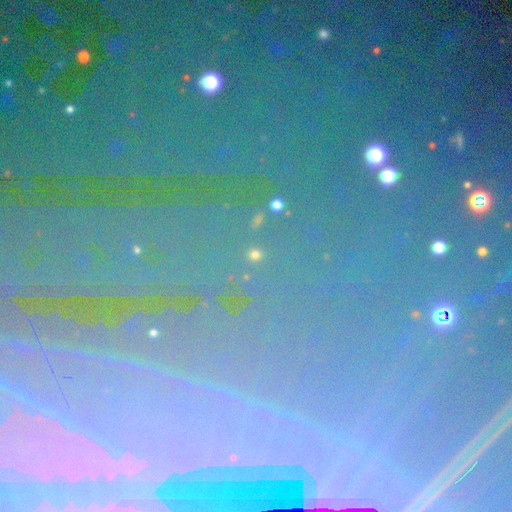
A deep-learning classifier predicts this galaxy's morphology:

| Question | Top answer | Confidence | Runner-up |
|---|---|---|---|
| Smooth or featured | star or artifact | 75% | featured or disk (13%) |